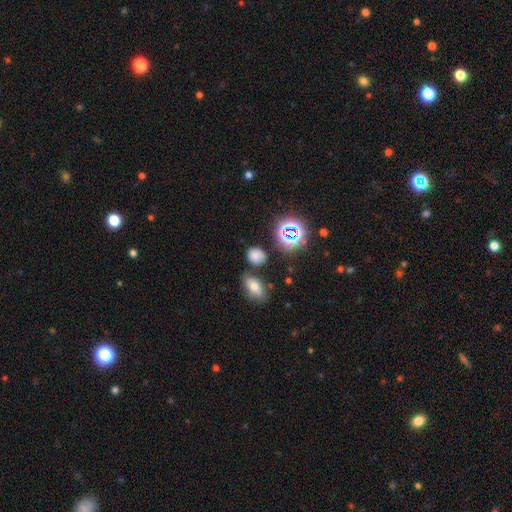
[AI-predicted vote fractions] This appears to be a smooth galaxy with no disk features (67%) that is round (56%). Merging: none (77%).